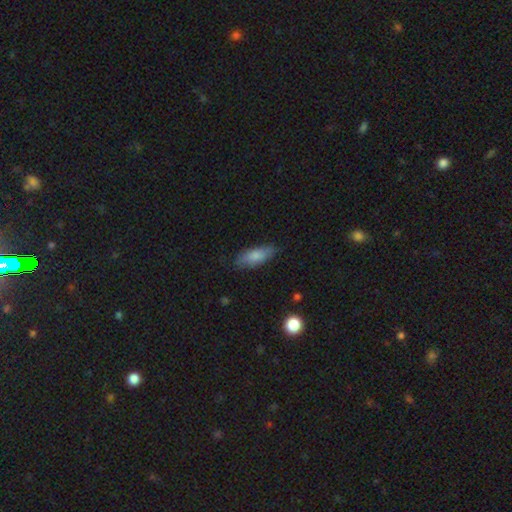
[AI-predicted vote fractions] smooth 81%, featured or disk 13%, star or artifact 6%. Down the decision tree: how rounded — in between (72%); merging — none (77%).